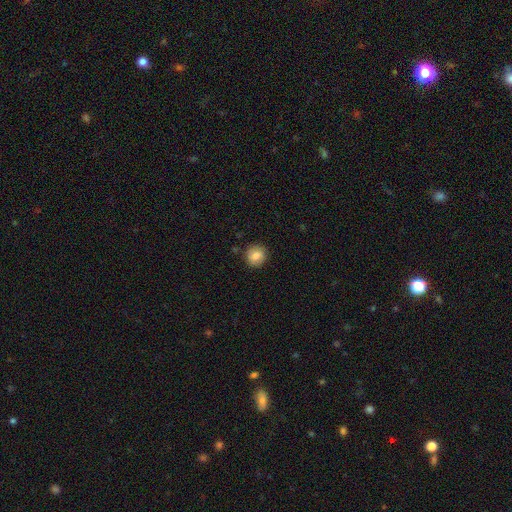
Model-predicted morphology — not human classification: This appears to be a smooth galaxy with no disk features (80%) that is round (89%). Merging: none (87%).